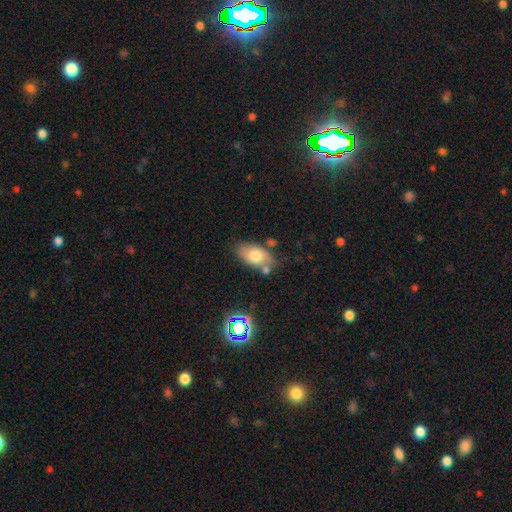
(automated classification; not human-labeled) The model was most divided on "merging": none: 64%, minor disturbance: 20%, merger: 11%, major disturbance: 5%. More confident: how rounded — in between (91%); smooth or featured — smooth (74%).